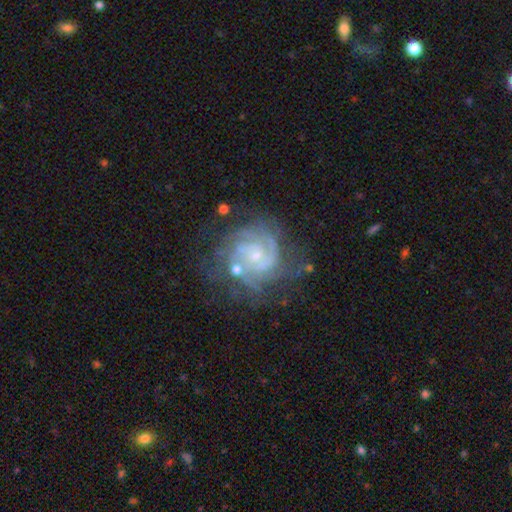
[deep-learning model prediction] Smooth or featured: featured or disk — 87% (star or artifact — 7%)
Edge-on disk: no — 98% (yes — 2%)
Bar: no — 67% (weak — 27%)
Spiral arms: yes — 97% (no — 3%)
Spiral winding: tight — 68% (medium — 28%)
Spiral arm count: 3 — 26% (can't tell — 24%)
Bulge size: small — 73% (moderate — 20%)
Merging: none — 63% (minor disturbance — 19%)